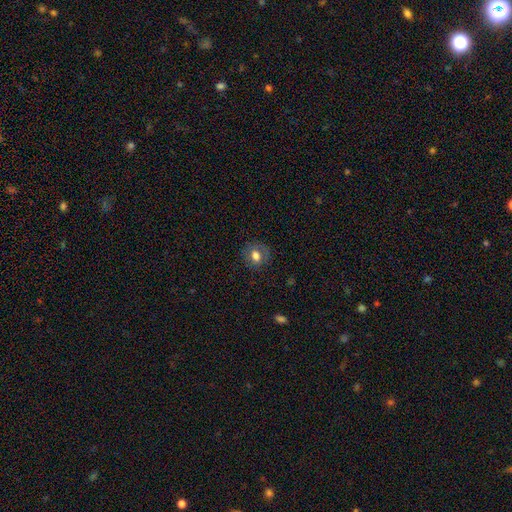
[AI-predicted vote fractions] smooth-or-featured: smooth: 70% | featured or disk: 20% | star or artifact: 10%
  how-rounded: round: 67% | in between: 32% | cigar-shaped: 1%
  merging: none: 80% | minor disturbance: 14% | major disturbance: 5% | merger: 1%